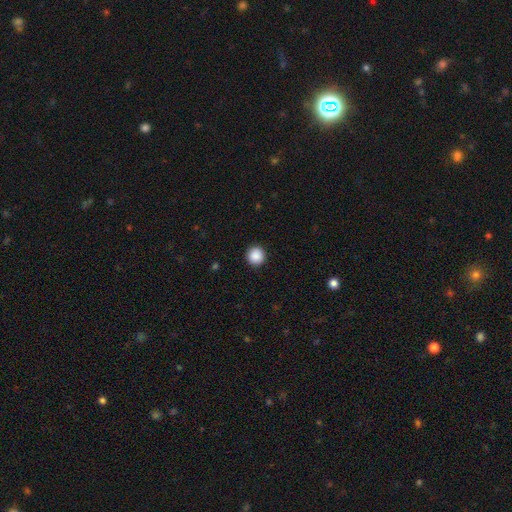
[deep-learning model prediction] Smooth or featured?
  - smooth: 89% *
  - star or artifact: 9%
  - featured or disk: 2%
How rounded?
  - round: 95% *
  - in between: 4%
  - cigar-shaped: 1%
Merging?
  - none: 93% *
  - minor disturbance: 5%
  - major disturbance: 2%
  - merger: 1%